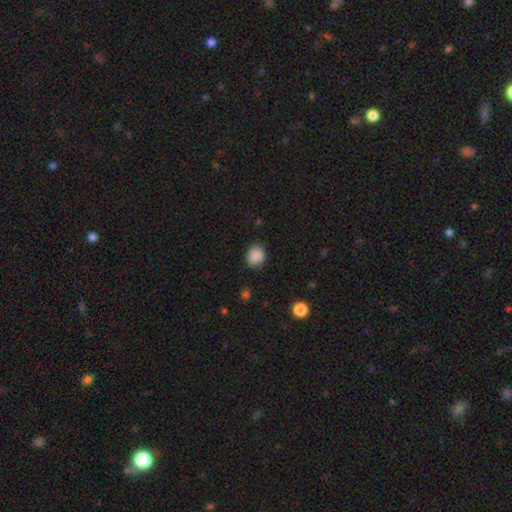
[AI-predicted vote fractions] smooth 88%, star or artifact 9%, featured or disk 3%. Down the decision tree: how rounded — round (64%); merging — none (83%).